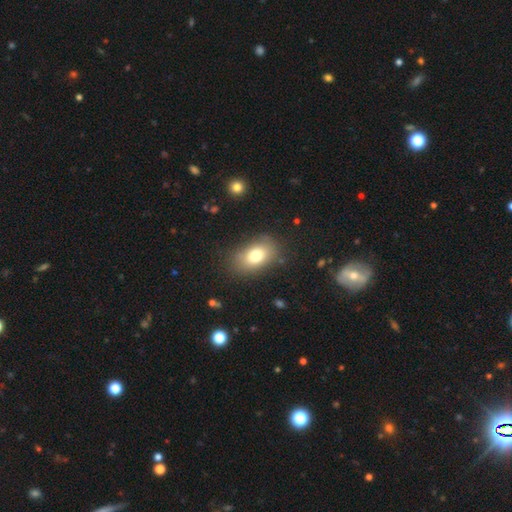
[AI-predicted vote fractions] Smooth or featured? smooth (76%)
How rounded? in between (86%)
Merging? none (80%)